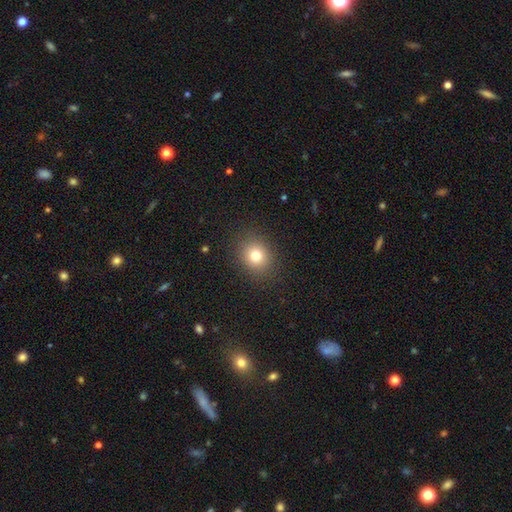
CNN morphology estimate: Smooth or featured? smooth (78%)
How rounded? round (70%)
Merging? none (88%)